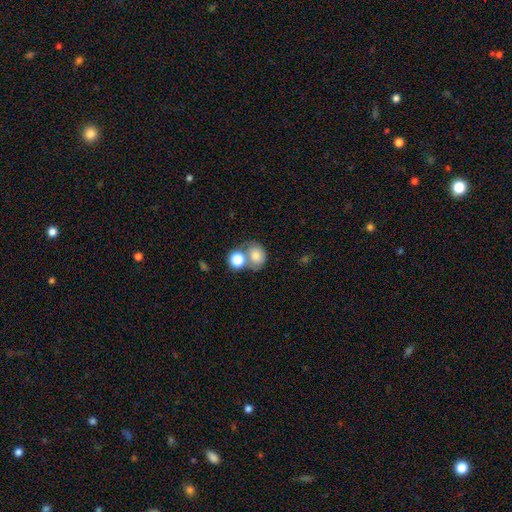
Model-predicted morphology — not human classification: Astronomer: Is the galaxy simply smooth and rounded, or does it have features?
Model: smooth — 75%.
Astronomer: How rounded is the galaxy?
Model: round — 59% (runner-up: in between, 40%).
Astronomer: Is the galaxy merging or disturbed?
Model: merger — 47% (runner-up: none, 35%).